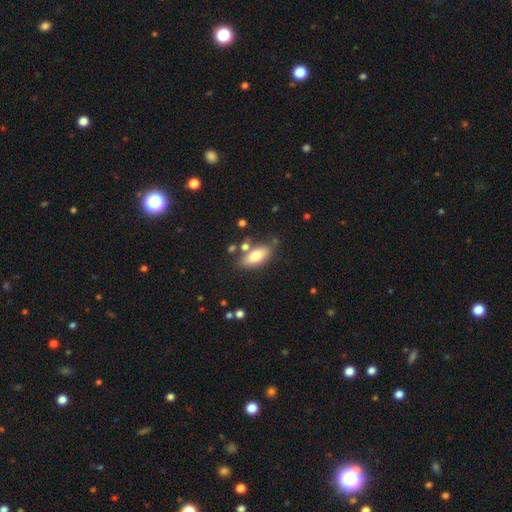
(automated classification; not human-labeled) This is likely a smooth galaxy (74%). How rounded: clearly in between (82%). Merging: likely none (72%).